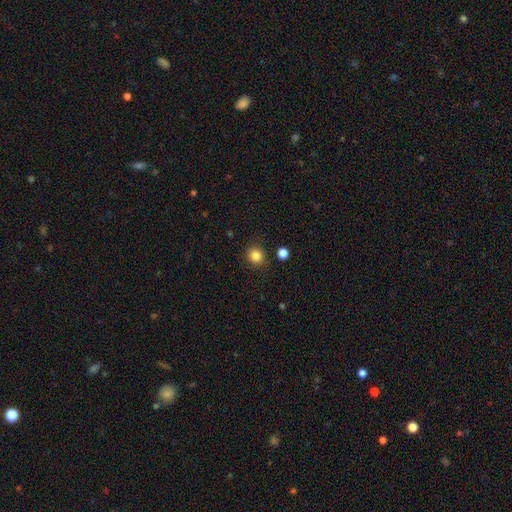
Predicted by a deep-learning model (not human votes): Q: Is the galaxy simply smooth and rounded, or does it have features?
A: smooth — 84%.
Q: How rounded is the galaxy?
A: round — 87%.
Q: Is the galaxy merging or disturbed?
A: none — 88%.